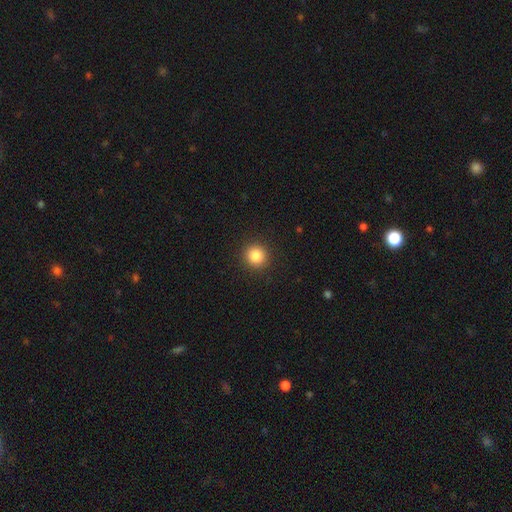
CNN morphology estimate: Smooth or featured?
  - smooth: 85% *
  - star or artifact: 11%
  - featured or disk: 5%
How rounded?
  - round: 92% *
  - in between: 7%
  - cigar-shaped: 1%
Merging?
  - none: 92% *
  - minor disturbance: 5%
  - major disturbance: 2%
  - merger: 1%